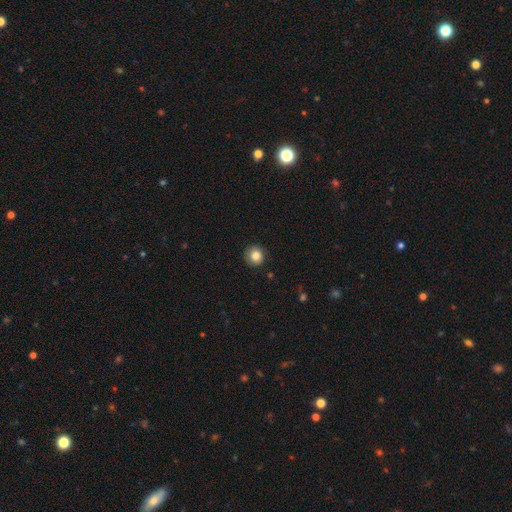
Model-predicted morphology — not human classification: A smooth galaxy with no disk features (84%) that is round (91%). Merging: none (87%).